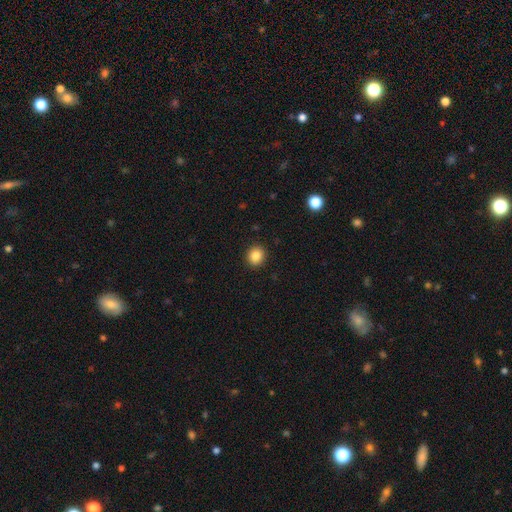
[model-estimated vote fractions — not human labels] Overall: smooth (86%). How rounded: round (84%). Merging: none (92%).